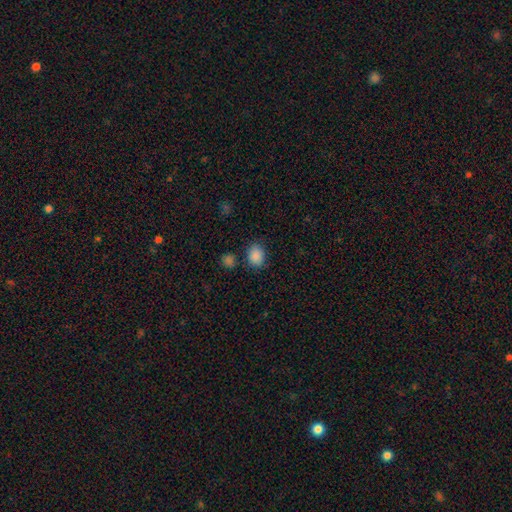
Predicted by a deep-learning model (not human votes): Overall: smooth (87%). How rounded: in between (61%; round 38%). Merging: none (77%).